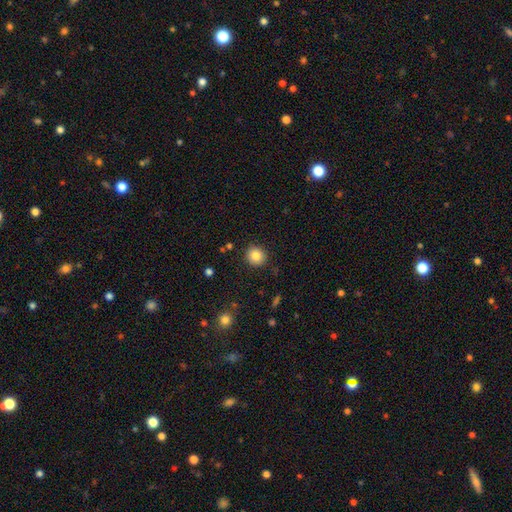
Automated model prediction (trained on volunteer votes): smooth 84%, star or artifact 9%, featured or disk 7%. Down the decision tree: how rounded — round (88%); merging — none (91%).